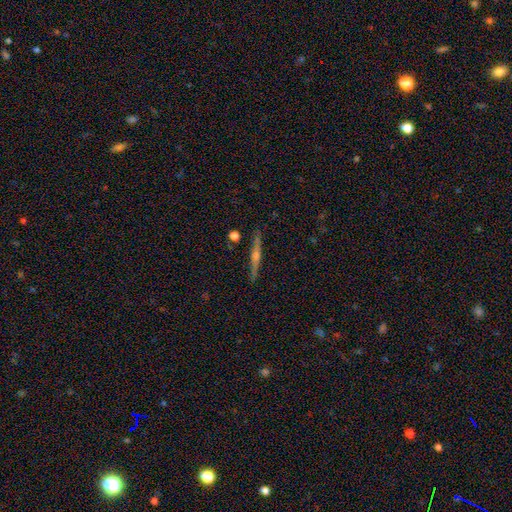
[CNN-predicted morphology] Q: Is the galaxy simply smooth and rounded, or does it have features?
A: featured or disk — 77%.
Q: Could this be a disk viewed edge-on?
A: yes — 98%.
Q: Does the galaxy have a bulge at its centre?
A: rounded — 88%.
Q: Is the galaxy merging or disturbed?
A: none — 91%.